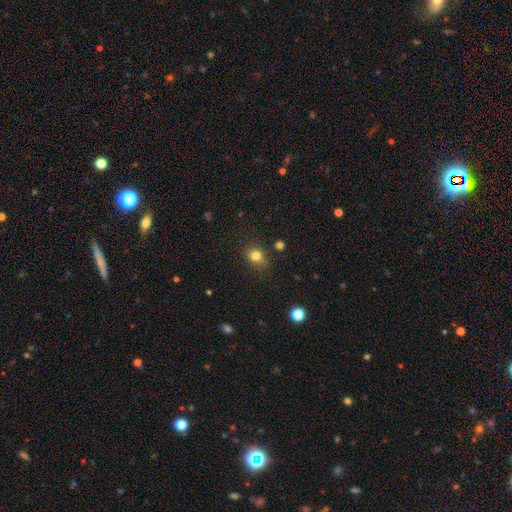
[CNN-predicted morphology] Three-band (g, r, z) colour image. It shows a smooth galaxy with no disk features (80%) that is round (59%). Merging: none (80%).